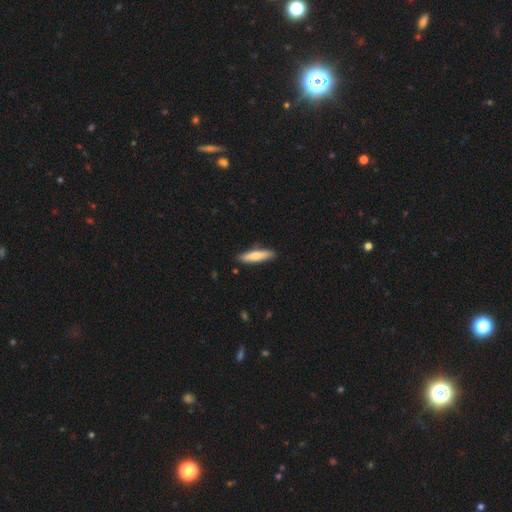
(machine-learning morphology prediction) A smooth galaxy with no disk features (71%) that is cigar-shaped (78%).

Vote fractions:
- Smooth or featured? smooth: 71% / featured or disk: 24% / star or artifact: 5%
- How rounded? cigar-shaped: 78% / in between: 21% / round: 1%
- Merging? none: 87% / minor disturbance: 10% / major disturbance: 2% / merger: 1%